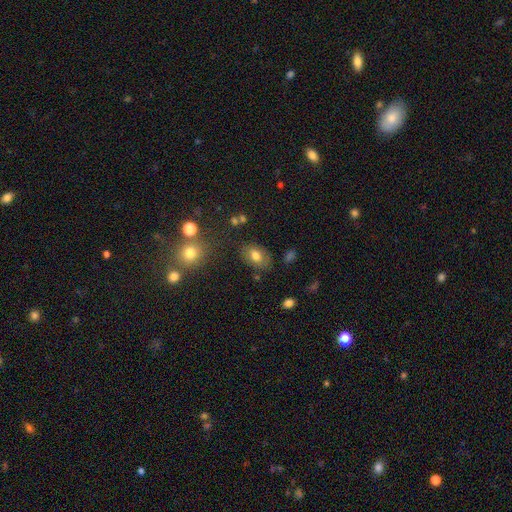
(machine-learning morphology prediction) Q: Smooth or featured?
A: smooth (76%); runner-up: featured or disk (13%)
Q: How rounded?
A: in between (82%); runner-up: round (17%)
Q: Merging?
A: none (75%); runner-up: minor disturbance (16%)